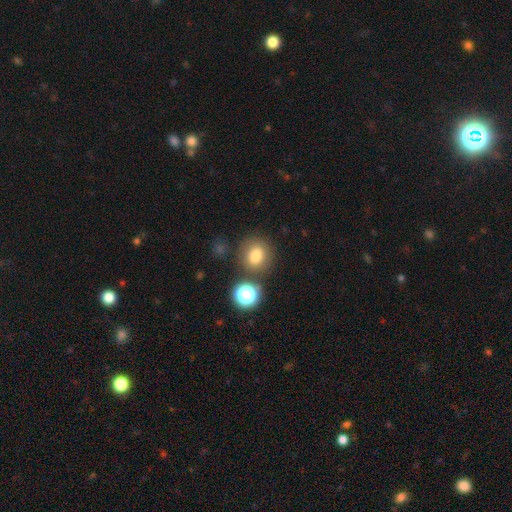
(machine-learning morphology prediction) type=smooth (77%); roundness=round (85%); merging=none (78%).